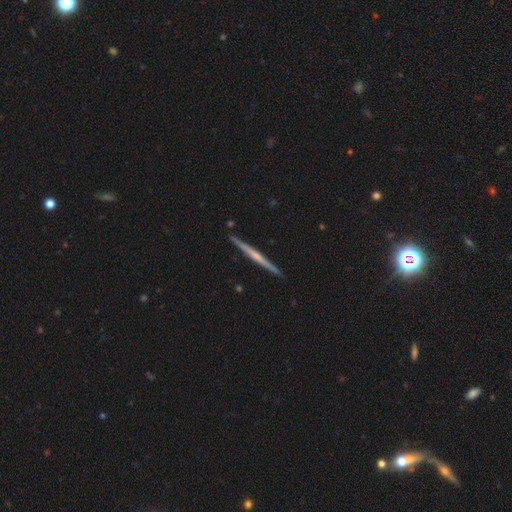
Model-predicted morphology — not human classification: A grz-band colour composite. It shows a featured or disk galaxy (68%) viewed edge-on (98%) with no central bulge (57%). Merging: none (92%).